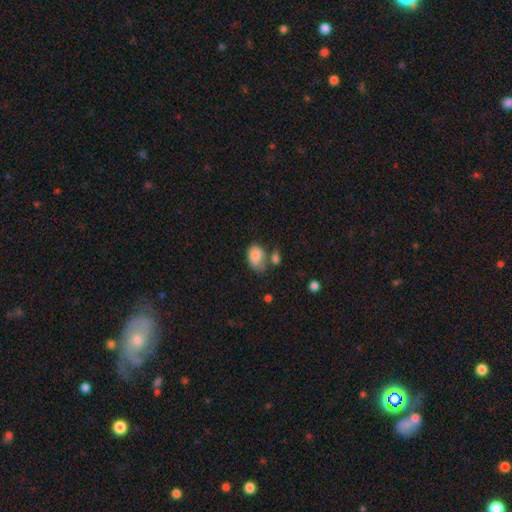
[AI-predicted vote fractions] This is clearly a smooth galaxy (84%). How rounded: likely in between (79%). Merging: marginally none (37%).